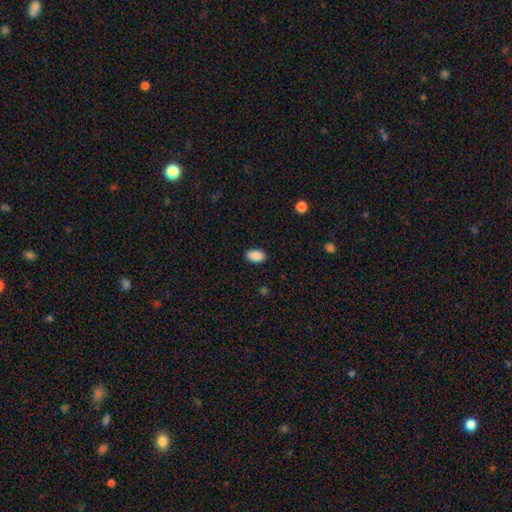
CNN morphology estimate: Q: Smooth or featured?
A: smooth (89%); runner-up: star or artifact (8%)
Q: How rounded?
A: in between (92%); runner-up: round (6%)
Q: Merging?
A: none (88%); runner-up: minor disturbance (9%)